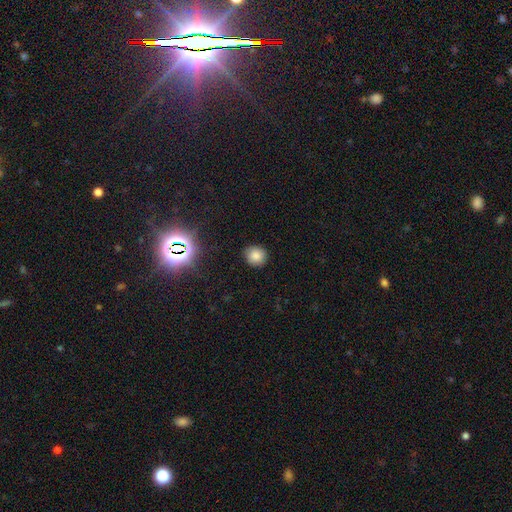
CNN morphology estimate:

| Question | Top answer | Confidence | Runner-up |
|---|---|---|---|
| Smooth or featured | smooth | 82% | star or artifact (13%) |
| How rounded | round | 89% | in between (10%) |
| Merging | none | 89% | minor disturbance (7%) |